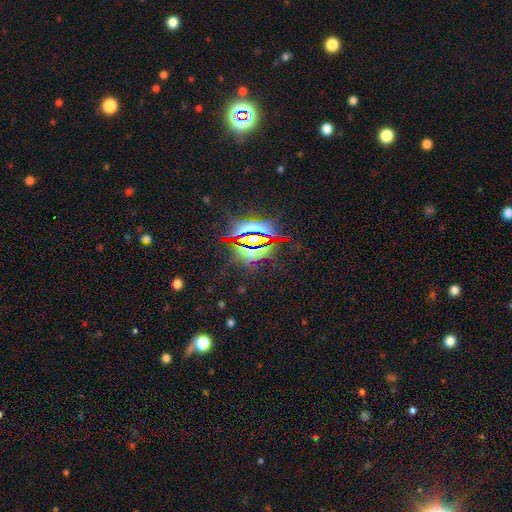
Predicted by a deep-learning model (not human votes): The model was most divided on "smooth or featured": star or artifact: 83%, featured or disk: 9%, smooth: 8%.